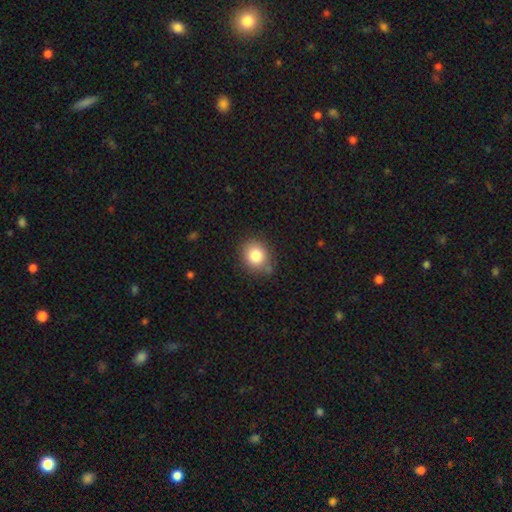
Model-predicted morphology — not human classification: type=smooth (82%); roundness=round (69%); merging=none (75%).